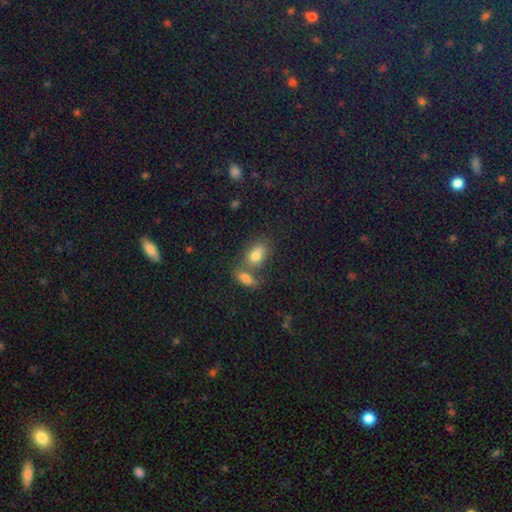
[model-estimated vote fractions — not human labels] Smooth or featured? Predicted: smooth (p=0.79). How rounded? Predicted: in between (p=0.84). Merging? Predicted: none (p=0.43).